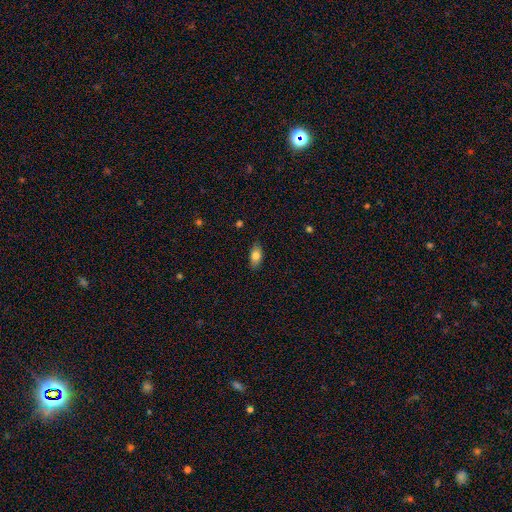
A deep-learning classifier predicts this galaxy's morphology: A smooth galaxy with no disk features (78%) that is in between round and cigar-shaped (86%).

Vote fractions:
- Smooth or featured? smooth: 78% / featured or disk: 15% / star or artifact: 7%
- How rounded? in between: 86% / cigar-shaped: 9% / round: 5%
- Merging? none: 84% / minor disturbance: 12% / major disturbance: 2% / merger: 1%